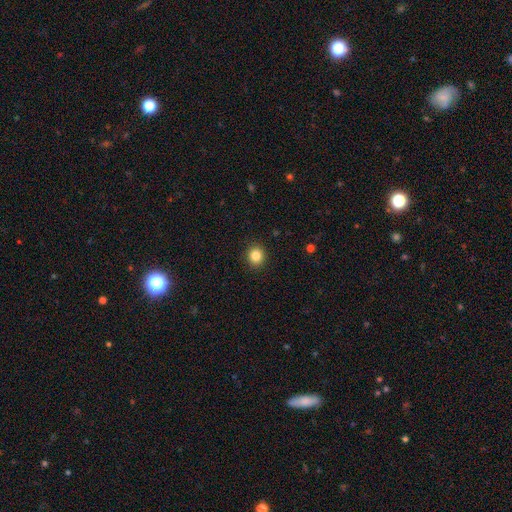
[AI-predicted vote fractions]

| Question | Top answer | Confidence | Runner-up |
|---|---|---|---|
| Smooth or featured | smooth | 84% | star or artifact (11%) |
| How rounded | round | 85% | in between (14%) |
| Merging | none | 92% | minor disturbance (6%) |